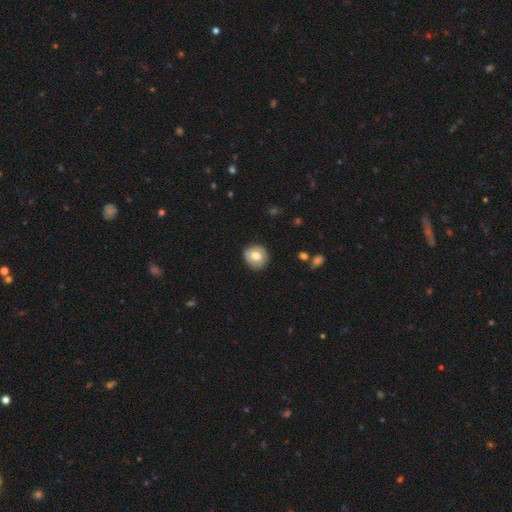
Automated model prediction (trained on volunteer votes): Smooth or featured? Predicted: smooth (p=0.73). How rounded? Predicted: round (p=0.85). Merging? Predicted: none (p=0.83).